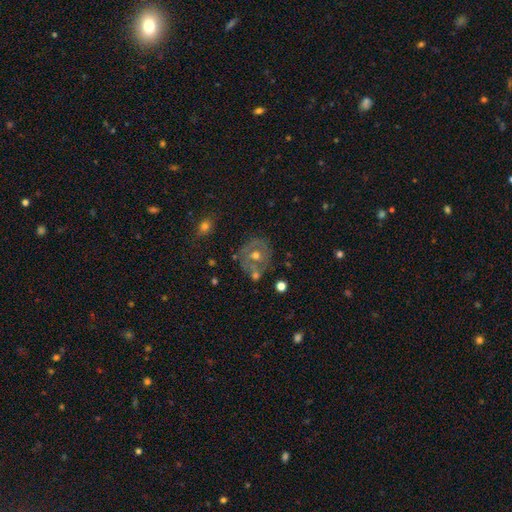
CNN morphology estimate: Overall: featured or disk (56%; smooth 30%). Edge-on disk: no (95%). Bar: no (75%). Spiral arms: no (60%; yes 40%). Bulge size: moderate (68%). Merging: none (64%).